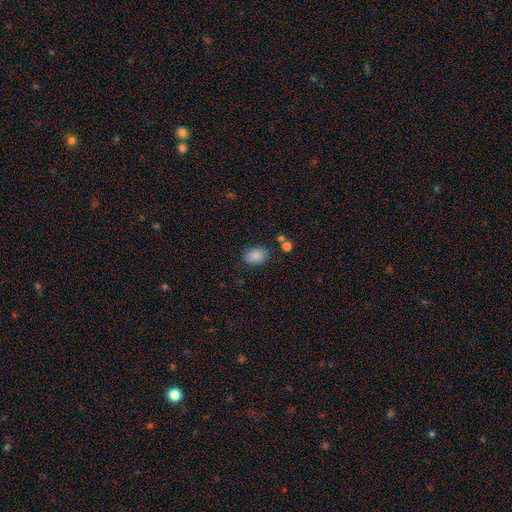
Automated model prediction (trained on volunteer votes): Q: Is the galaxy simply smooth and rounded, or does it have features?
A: smooth — 85%.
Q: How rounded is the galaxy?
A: in between — 79%.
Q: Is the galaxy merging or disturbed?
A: none — 80%.